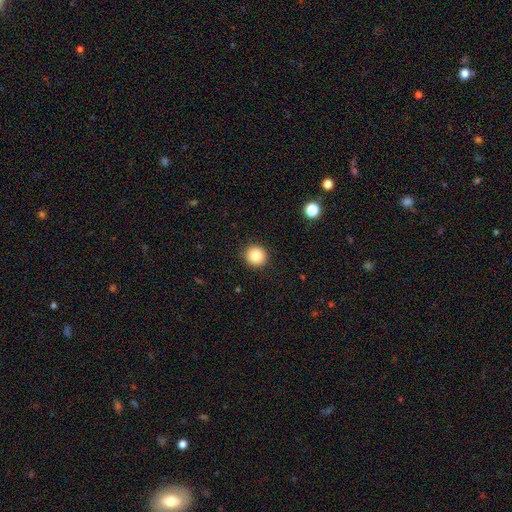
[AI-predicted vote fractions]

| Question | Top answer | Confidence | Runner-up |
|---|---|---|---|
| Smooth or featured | smooth | 85% | star or artifact (10%) |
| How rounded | round | 92% | in between (7%) |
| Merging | none | 91% | minor disturbance (6%) |